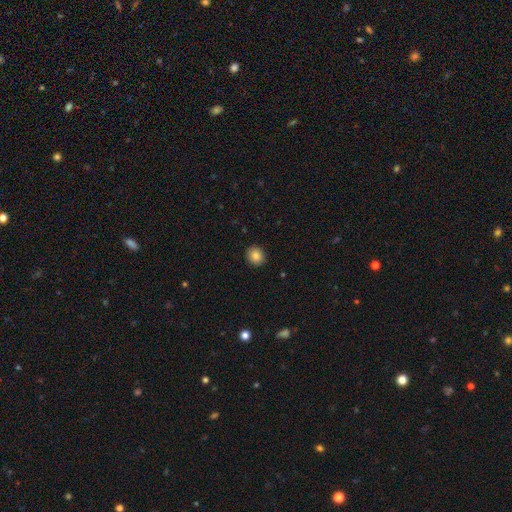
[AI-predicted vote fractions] Smooth or featured?
  - smooth: 84% *
  - star or artifact: 10%
  - featured or disk: 7%
How rounded?
  - round: 78% *
  - in between: 21%
  - cigar-shaped: 1%
Merging?
  - none: 90% *
  - minor disturbance: 7%
  - major disturbance: 2%
  - merger: 1%